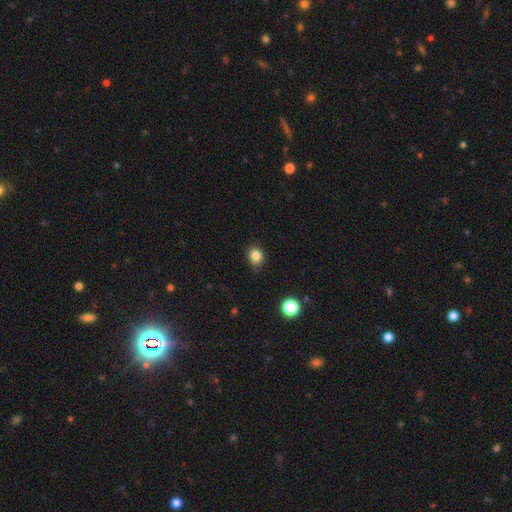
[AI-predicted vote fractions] Smooth or featured: smooth — 84% (star or artifact — 11%)
How rounded: round — 64% (in between — 36%)
Merging: none — 80% (minor disturbance — 16%)